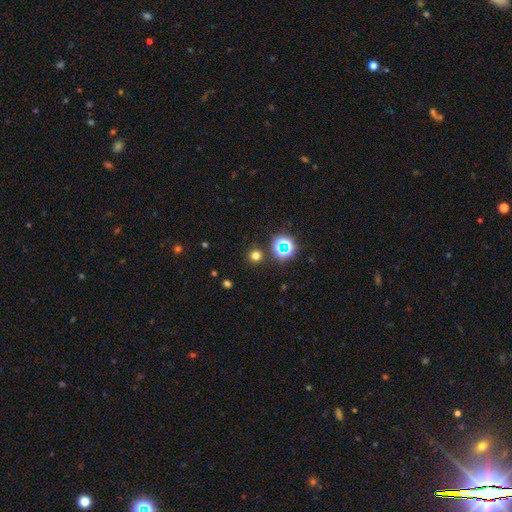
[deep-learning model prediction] smooth-or-featured: smooth: 70% | star or artifact: 24% | featured or disk: 6%
  how-rounded: round: 95% | in between: 4% | cigar-shaped: 1%
  merging: none: 89% | minor disturbance: 6% | merger: 3% | major disturbance: 3%